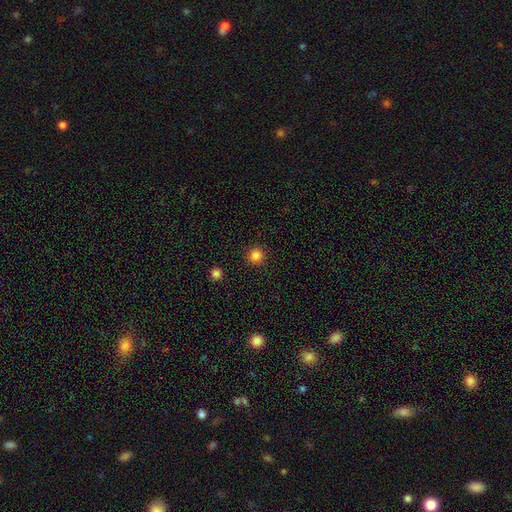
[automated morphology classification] This is clearly a smooth galaxy (84%). How rounded: clearly round (94%). Merging: clearly none (92%).